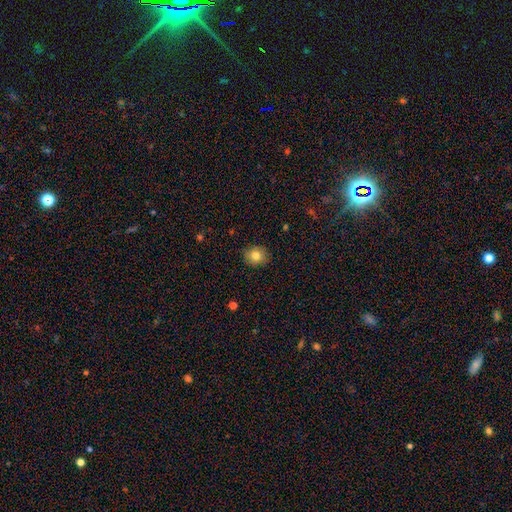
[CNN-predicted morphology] Q: Smooth or featured?
A: smooth (80%); runner-up: featured or disk (10%)
Q: How rounded?
A: round (72%); runner-up: in between (27%)
Q: Merging?
A: none (88%); runner-up: minor disturbance (9%)